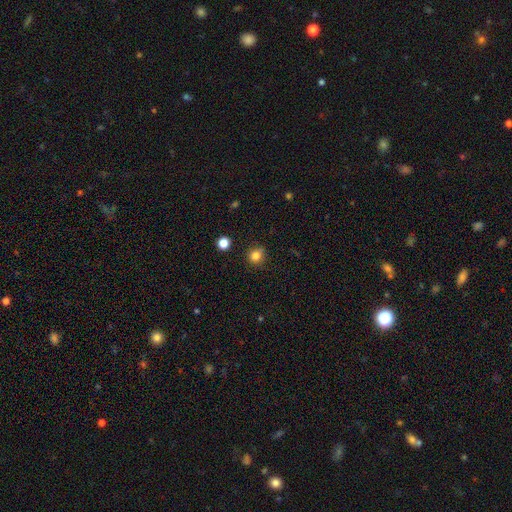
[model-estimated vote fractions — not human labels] The model was most divided on "how rounded": round: 82%, in between: 17%, cigar-shaped: 1%. More confident: smooth or featured — smooth (81%); merging — none (81%).